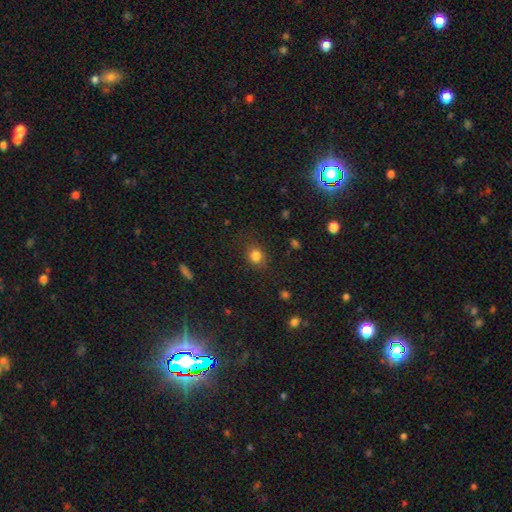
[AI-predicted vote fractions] Smooth or featured?
  - smooth: 82% *
  - star or artifact: 13%
  - featured or disk: 6%
How rounded?
  - round: 71% *
  - in between: 27%
  - cigar-shaped: 1%
Merging?
  - none: 79% *
  - minor disturbance: 14%
  - major disturbance: 5%
  - merger: 1%